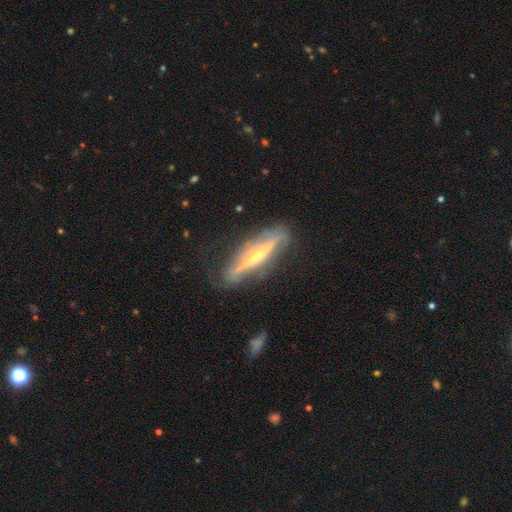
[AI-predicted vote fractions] Smooth or featured? featured or disk (75%)
Edge-on disk? yes (87%)
Edge-on bulge? rounded (69%)
Merging? none (74%)